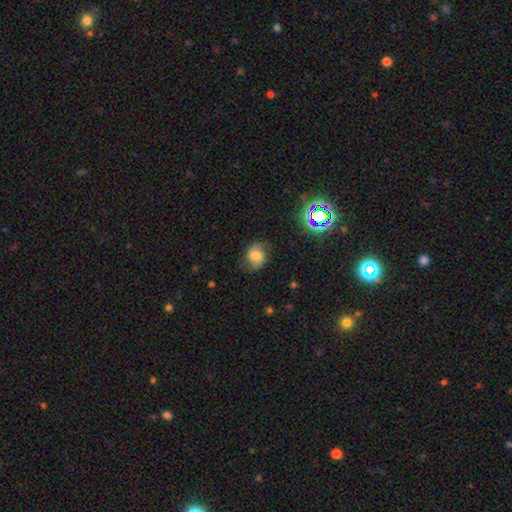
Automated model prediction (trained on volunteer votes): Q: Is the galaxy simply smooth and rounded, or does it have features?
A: featured or disk — 52%.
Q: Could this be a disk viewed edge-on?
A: no — 97%.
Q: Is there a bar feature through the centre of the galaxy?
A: no — 57%.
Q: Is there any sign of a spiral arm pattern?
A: yes — 89%.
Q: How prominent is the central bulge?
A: moderate — 52%.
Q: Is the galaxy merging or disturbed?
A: none — 71%.